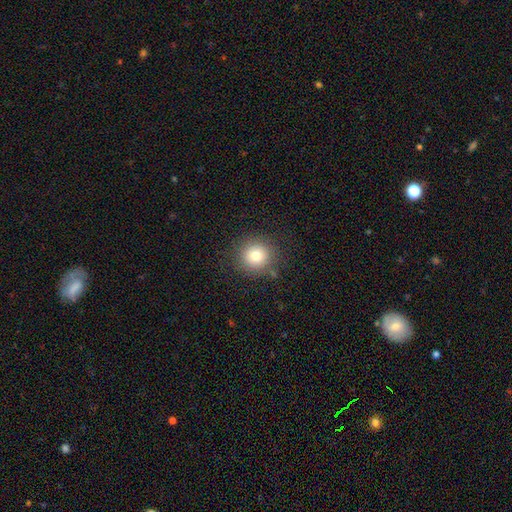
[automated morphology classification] smooth 77%, star or artifact 13%, featured or disk 10%. Down the decision tree: how rounded — round (93%); merging — none (87%).